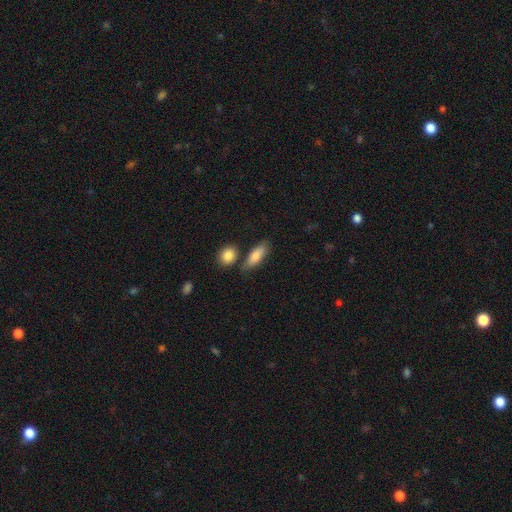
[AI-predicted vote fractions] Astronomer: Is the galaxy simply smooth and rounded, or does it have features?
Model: smooth — 81%.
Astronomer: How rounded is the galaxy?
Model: in between — 67%.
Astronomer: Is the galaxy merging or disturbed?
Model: none — 71%.